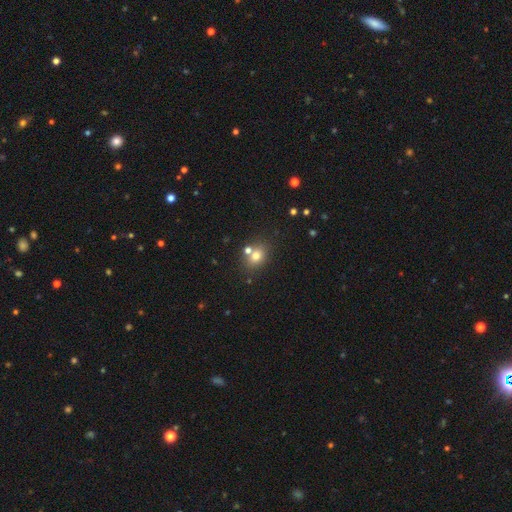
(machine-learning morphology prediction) type=smooth (73%); roundness=in between (51%); merging=none (62%).